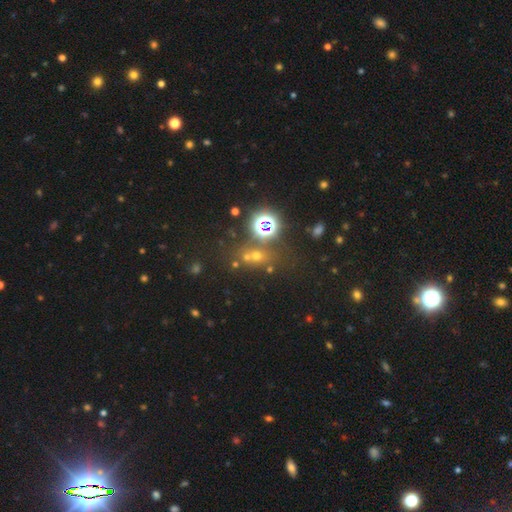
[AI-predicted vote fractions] Overall: star or artifact (46%; smooth 42%).